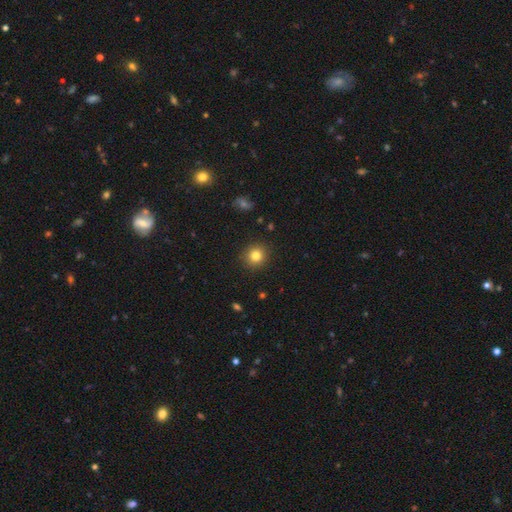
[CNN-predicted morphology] smooth_or_featured: smooth (p=0.82) [alt: star or artifact p=0.11]
how_rounded: round (p=0.90) [alt: in between p=0.09]
merging: none (p=0.91) [alt: minor disturbance p=0.06]